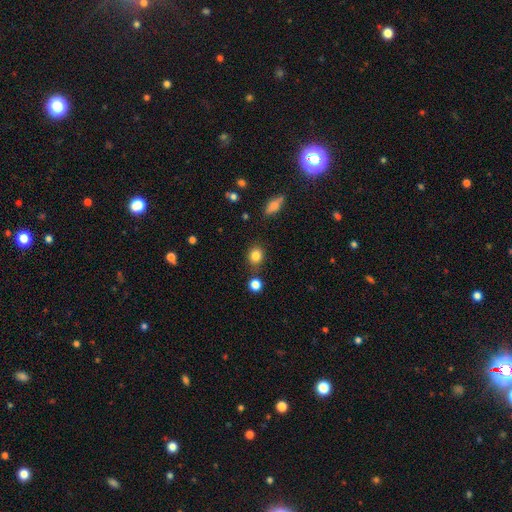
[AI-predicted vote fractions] Smooth or featured? Predicted: smooth (p=0.83). How rounded? Predicted: round (p=0.72). Merging? Predicted: none (p=0.79).